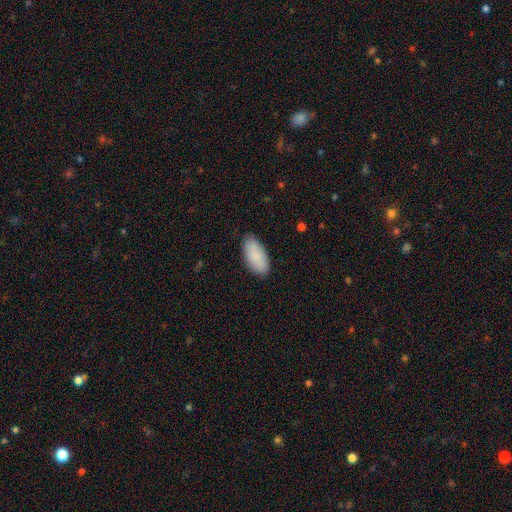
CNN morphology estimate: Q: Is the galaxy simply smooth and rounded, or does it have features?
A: smooth — 87%.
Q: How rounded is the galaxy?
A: in between — 92%.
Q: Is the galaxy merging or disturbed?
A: none — 86%.